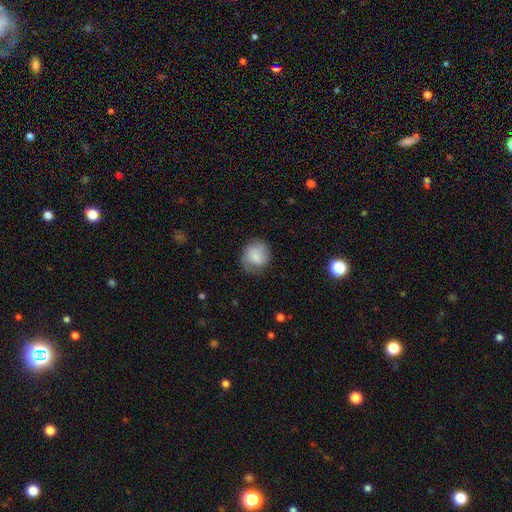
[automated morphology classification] Smooth or featured? Predicted: smooth (p=0.80). How rounded? Predicted: round (p=0.79). Merging? Predicted: none (p=0.68).